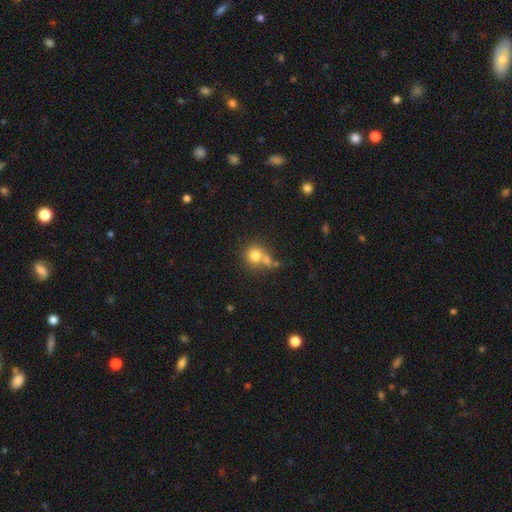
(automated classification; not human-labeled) smooth_or_featured: smooth (p=0.76) [alt: featured or disk p=0.13]
how_rounded: round (p=0.84) [alt: in between p=0.15]
merging: none (p=0.44) [alt: merger p=0.39]